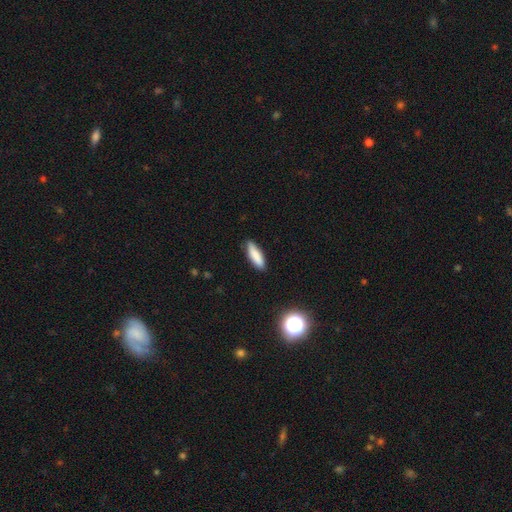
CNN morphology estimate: This is clearly a smooth galaxy (84%). How rounded: possibly cigar-shaped (57%). Merging: clearly none (85%).